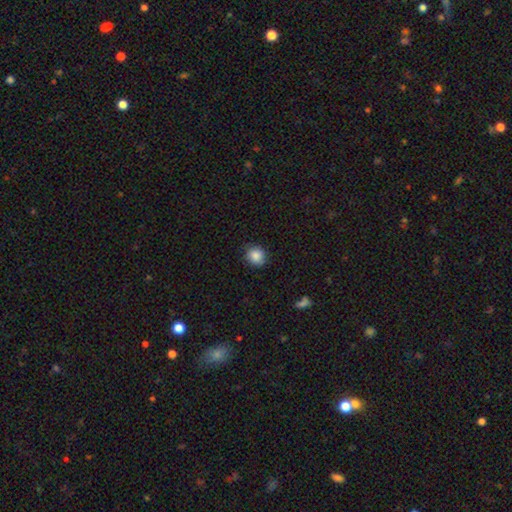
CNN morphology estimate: This appears to be a smooth galaxy with no disk features (86%) that is round (82%). Merging: none (82%).